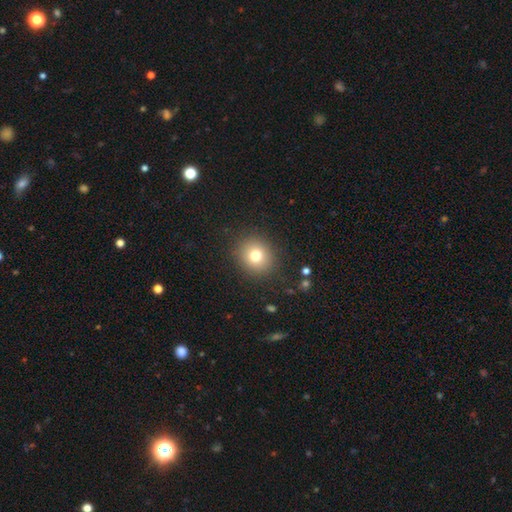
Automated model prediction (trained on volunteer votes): Smooth or featured? smooth (77%)
How rounded? round (83%)
Merging? none (89%)